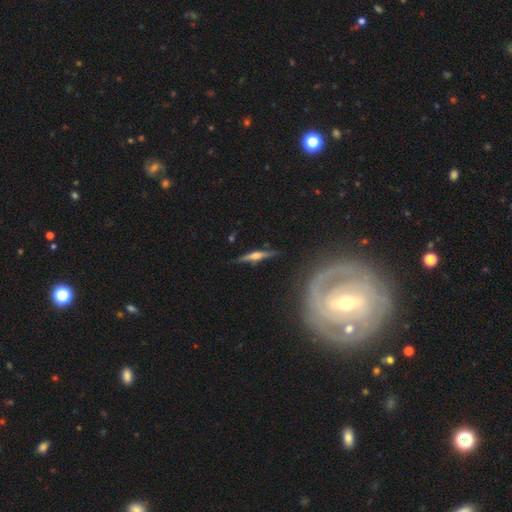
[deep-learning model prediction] This appears to be a featured or disk galaxy (74%) viewed edge-on (97%) with a rounded central bulge (89%). Merging: none (86%).